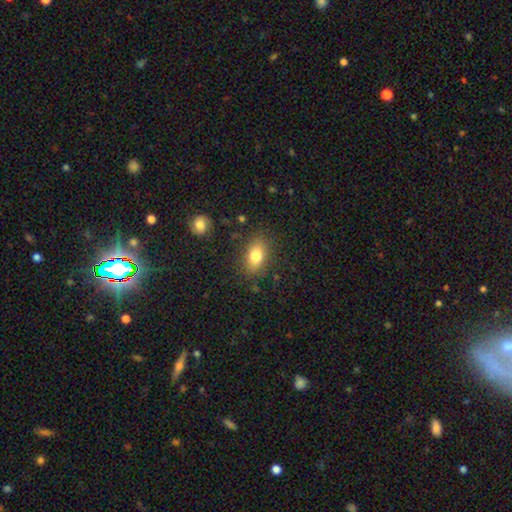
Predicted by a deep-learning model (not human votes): Overall: smooth (81%). How rounded: in between (86%). Merging: none (83%).